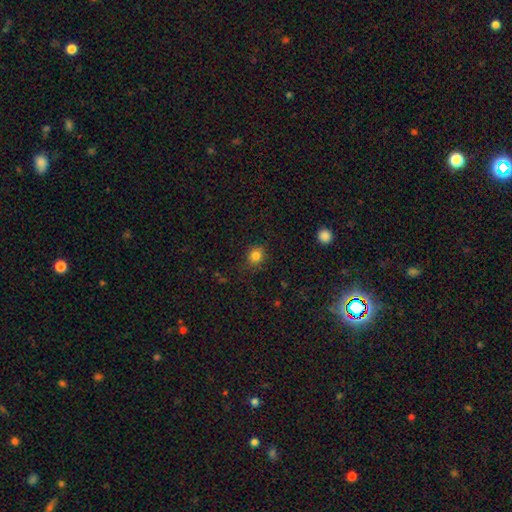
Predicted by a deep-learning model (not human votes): smooth_or_featured: smooth (p=0.83) [alt: star or artifact p=0.12]
how_rounded: round (p=0.81) [alt: in between p=0.18]
merging: none (p=0.84) [alt: minor disturbance p=0.11]